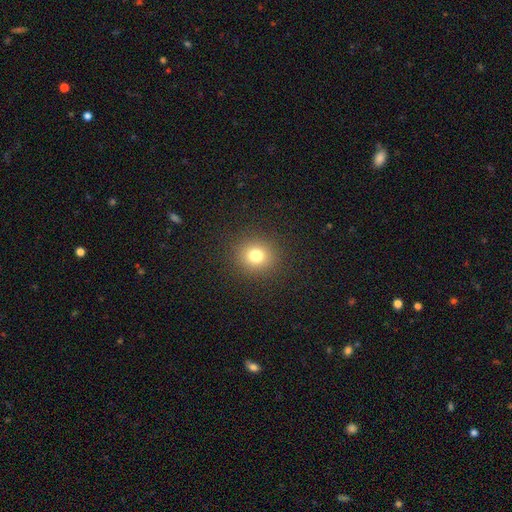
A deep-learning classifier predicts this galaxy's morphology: Q: Smooth or featured?
A: smooth (77%); runner-up: star or artifact (15%)
Q: How rounded?
A: round (87%); runner-up: in between (12%)
Q: Merging?
A: none (90%); runner-up: minor disturbance (6%)